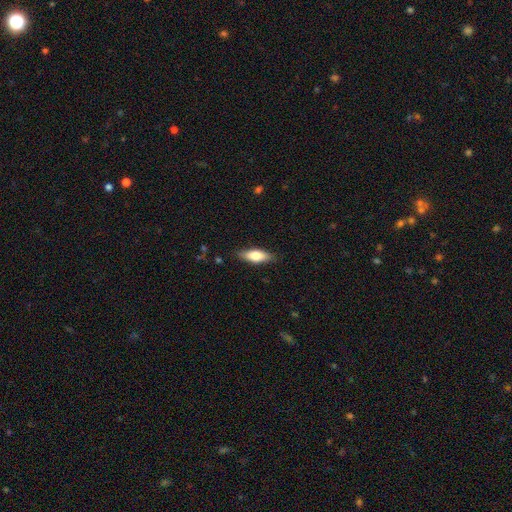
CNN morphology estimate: A smooth galaxy with no disk features (71%) that is in between round and cigar-shaped (69%).

Vote fractions:
- Smooth or featured? smooth: 71% / featured or disk: 23% / star or artifact: 6%
- How rounded? in between: 69% / cigar-shaped: 29% / round: 2%
- Merging? none: 84% / minor disturbance: 12% / major disturbance: 2% / merger: 1%